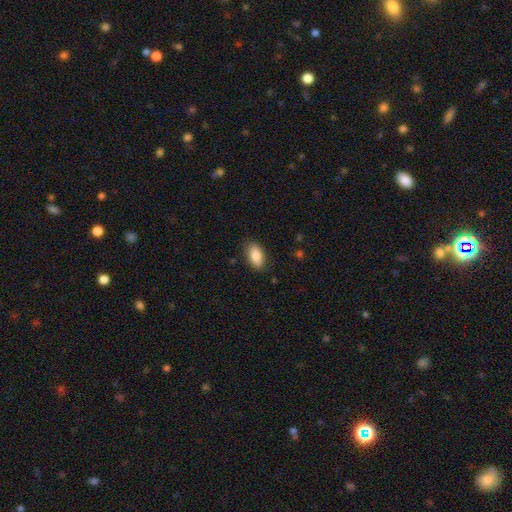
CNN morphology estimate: Smooth or featured?
  - smooth: 84% *
  - featured or disk: 9%
  - star or artifact: 7%
How rounded?
  - in between: 92% *
  - round: 5%
  - cigar-shaped: 4%
Merging?
  - none: 82% *
  - minor disturbance: 14%
  - major disturbance: 3%
  - merger: 1%